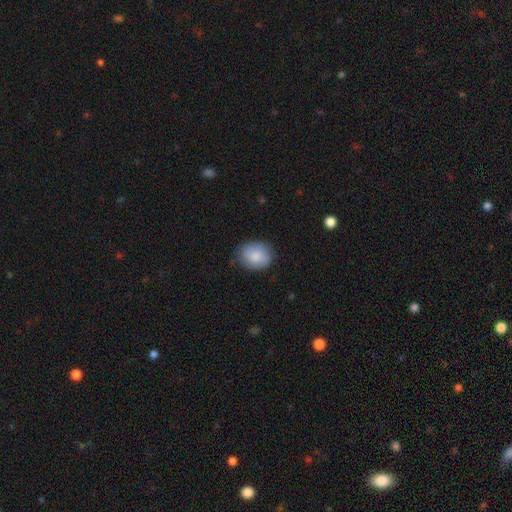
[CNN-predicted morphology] Smooth or featured: smooth — 83% (featured or disk — 11%)
How rounded: in between — 50% (round — 49%)
Merging: none — 78% (minor disturbance — 17%)